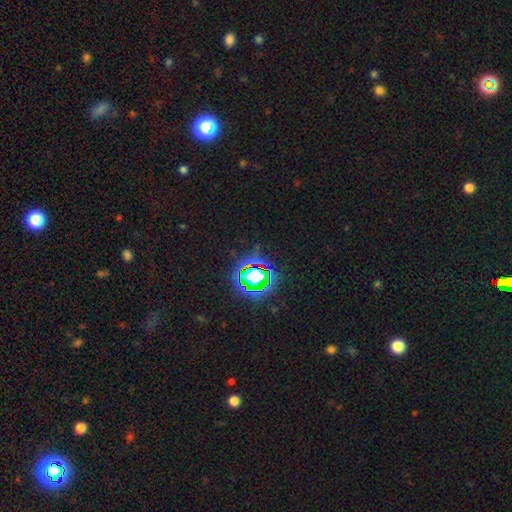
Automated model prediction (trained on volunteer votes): Q: Smooth or featured?
A: star or artifact (79%); runner-up: smooth (13%)